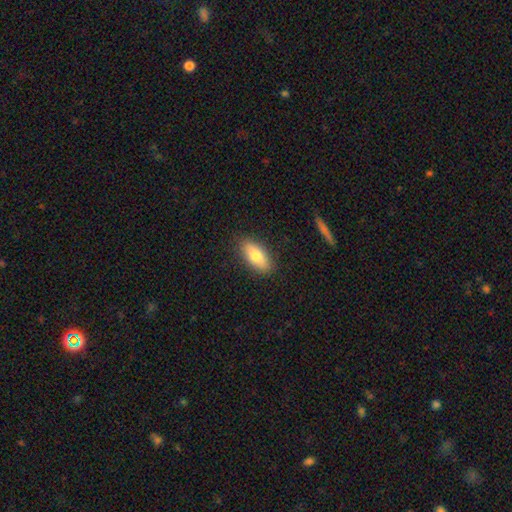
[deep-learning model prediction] Smooth or featured?
  - smooth: 76% *
  - featured or disk: 18%
  - star or artifact: 7%
How rounded?
  - in between: 84% *
  - cigar-shaped: 13%
  - round: 3%
Merging?
  - none: 87% *
  - minor disturbance: 10%
  - major disturbance: 2%
  - merger: 1%